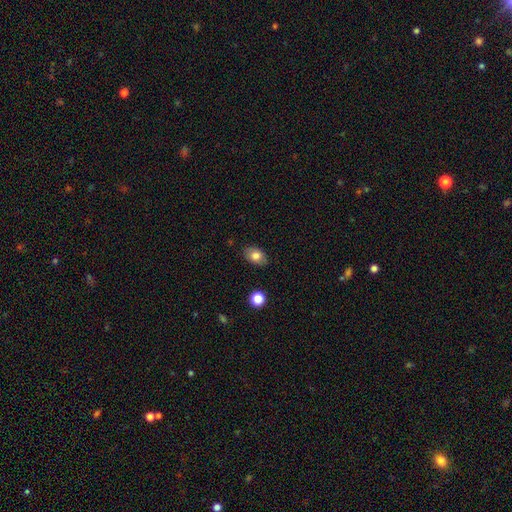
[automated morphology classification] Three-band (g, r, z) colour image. It shows a smooth galaxy with no disk features (80%) that is in between round and cigar-shaped (83%). Merging: none (85%).